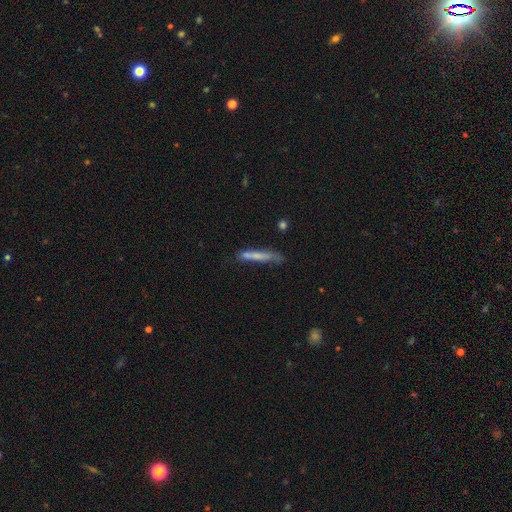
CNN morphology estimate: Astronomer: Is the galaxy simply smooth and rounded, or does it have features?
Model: smooth — 64%.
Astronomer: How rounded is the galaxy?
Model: cigar-shaped — 94%.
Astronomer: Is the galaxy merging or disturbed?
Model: none — 62%.